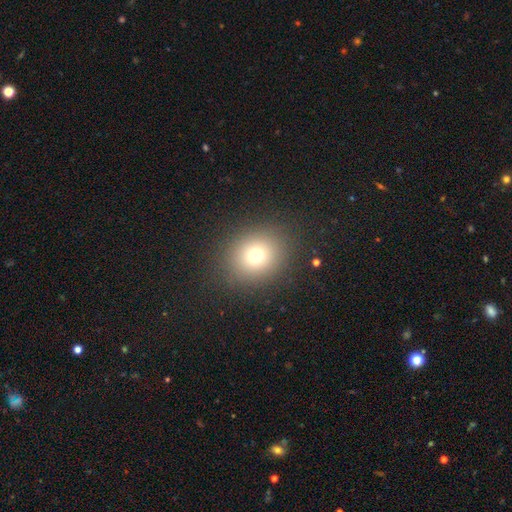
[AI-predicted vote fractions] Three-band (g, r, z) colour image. It shows a smooth galaxy with no disk features (73%) that is round (75%). Merging: none (87%).